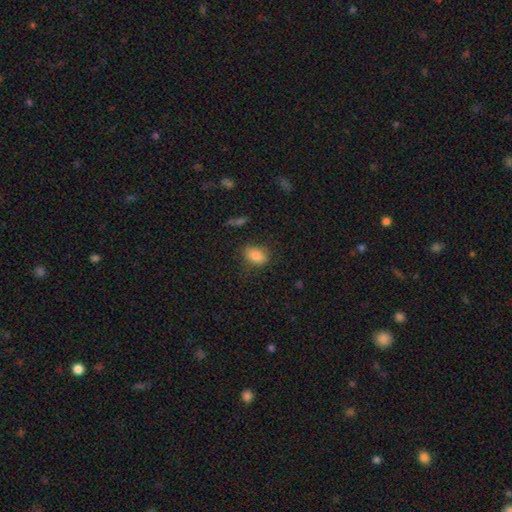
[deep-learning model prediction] This appears to be a smooth galaxy with no disk features (83%) that is in between round and cigar-shaped (80%). Merging: none (75%).